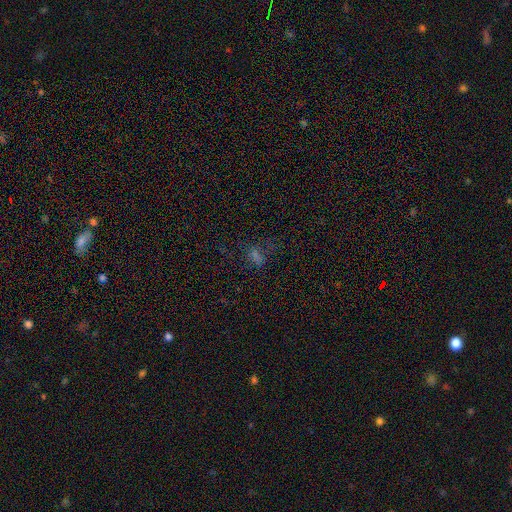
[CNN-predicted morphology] smooth_or_featured: star or artifact (p=0.44) [alt: smooth p=0.43]